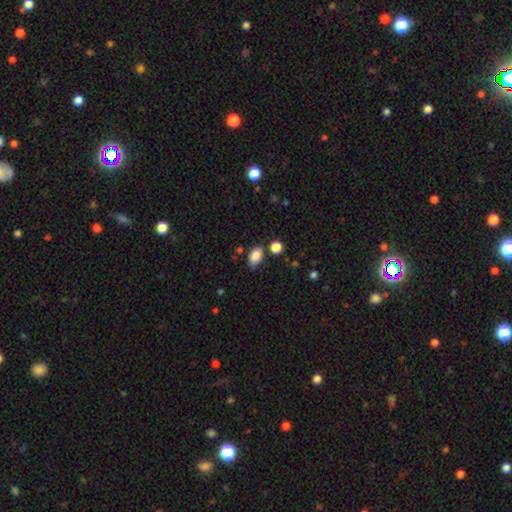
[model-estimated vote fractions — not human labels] Overall: smooth (86%). How rounded: in between (88%). Merging: none (72%).